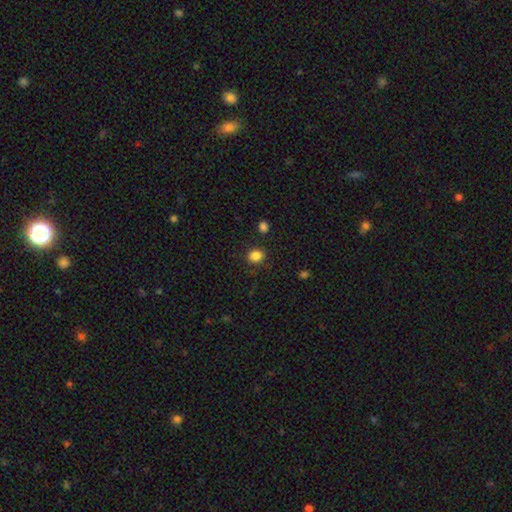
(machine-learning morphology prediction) This appears to be a smooth galaxy with no disk features (85%) that is round (55%). Merging: none (85%).